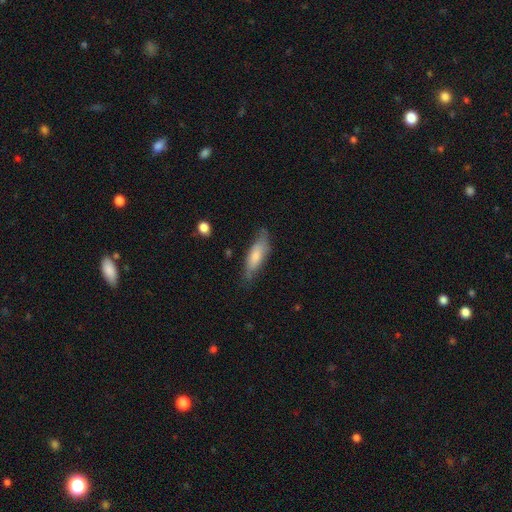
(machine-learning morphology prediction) Smooth or featured? smooth (71%)
How rounded? in between (57%)
Merging? none (63%)